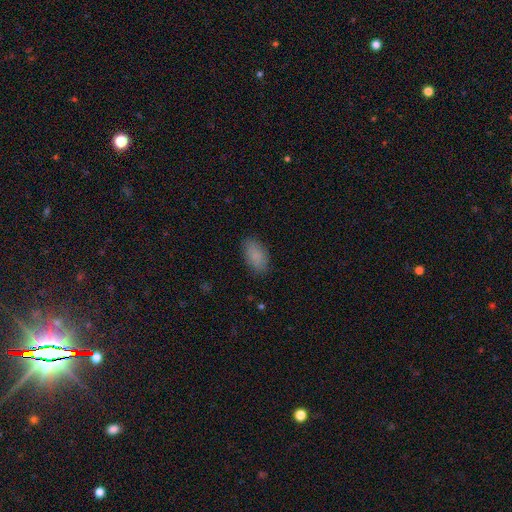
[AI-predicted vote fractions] Smooth or featured? smooth (85%)
How rounded? in between (93%)
Merging? none (85%)